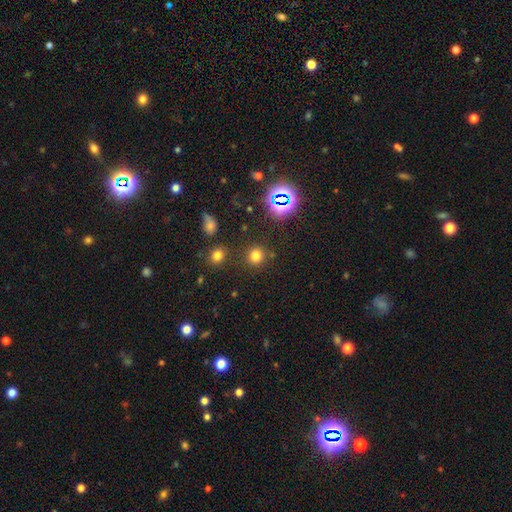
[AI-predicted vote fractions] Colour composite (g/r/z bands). It shows a smooth galaxy with no disk features (71%) that is round (90%). Merging: none (85%).